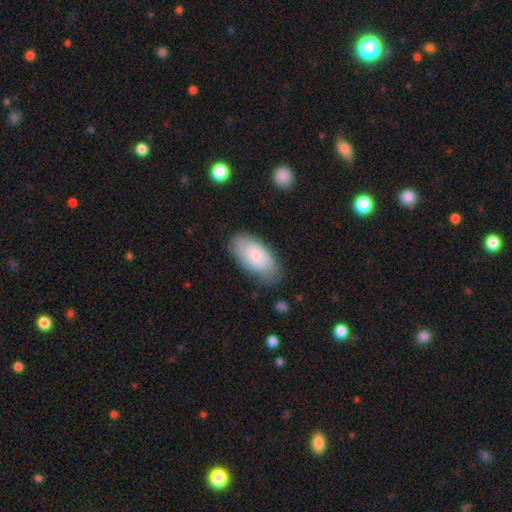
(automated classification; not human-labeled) This is likely a smooth galaxy (64%). How rounded: clearly in between (93%). Merging: likely none (72%).